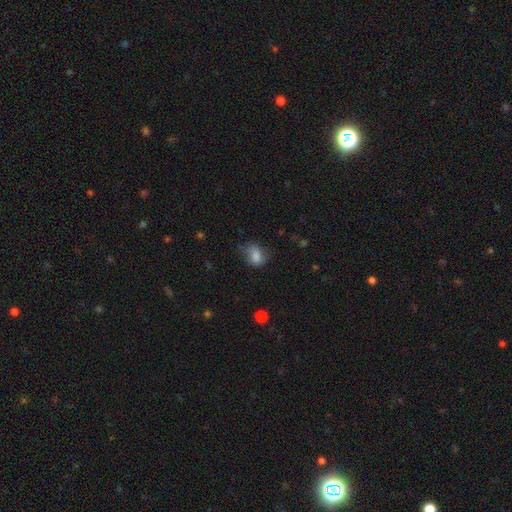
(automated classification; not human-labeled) smooth 78%, featured or disk 12%, star or artifact 10%. Down the decision tree: how rounded — in between (66%); merging — none (47%).